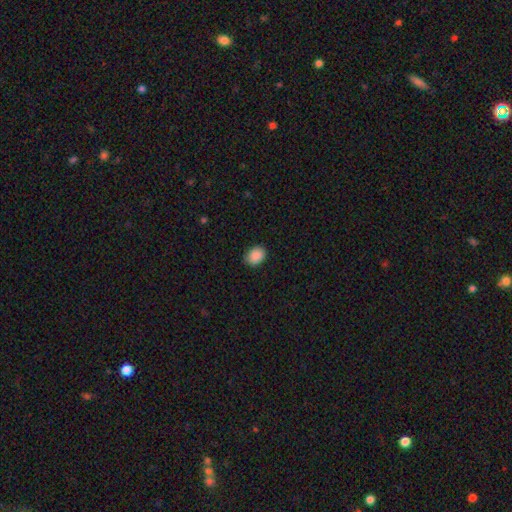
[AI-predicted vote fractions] Smooth or featured? Predicted: smooth (p=0.90). How rounded? Predicted: in between (p=0.65). Merging? Predicted: none (p=0.84).